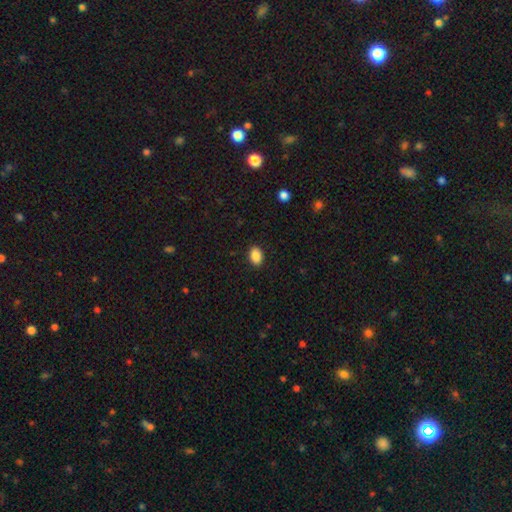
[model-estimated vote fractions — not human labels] Smooth or featured?
  - smooth: 89% *
  - star or artifact: 8%
  - featured or disk: 3%
How rounded?
  - in between: 84% *
  - round: 15%
  - cigar-shaped: 1%
Merging?
  - none: 90% *
  - minor disturbance: 7%
  - major disturbance: 2%
  - merger: 1%